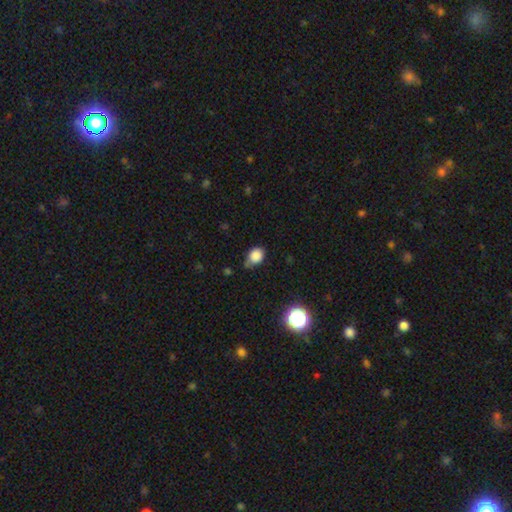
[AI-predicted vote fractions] Smooth or featured? Predicted: smooth (p=0.84). How rounded? Predicted: round (p=0.55). Merging? Predicted: none (p=0.55).